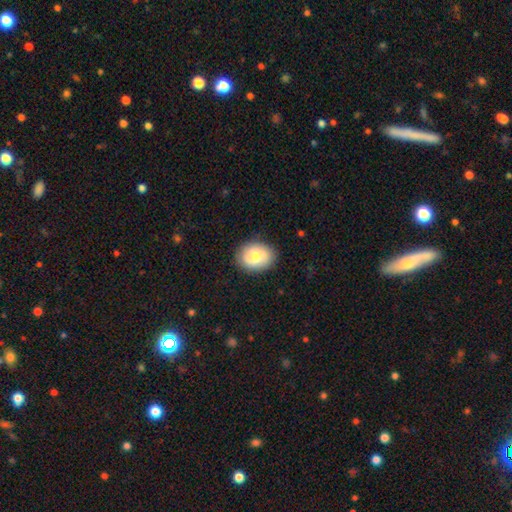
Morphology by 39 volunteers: type=smooth (69%); roundness=round (63%); merging=none (78%).